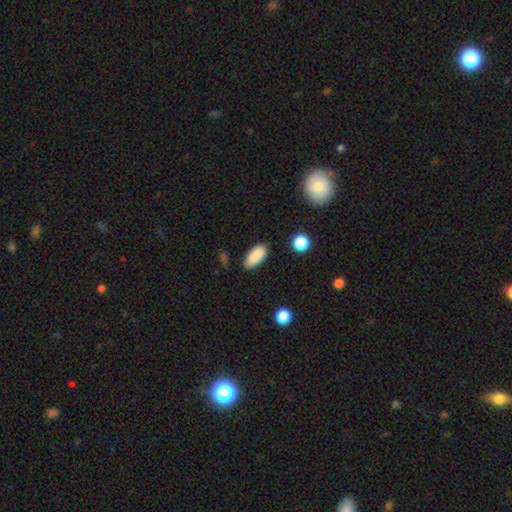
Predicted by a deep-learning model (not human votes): A smooth galaxy with no disk features (89%) that is in between round and cigar-shaped (89%). Merging: none (84%).